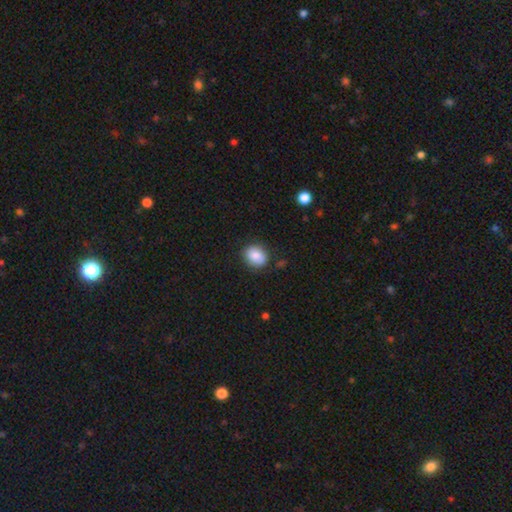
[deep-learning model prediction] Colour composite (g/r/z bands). It shows a smooth galaxy with no disk features (84%) that is round (57%). Merging: none (81%).